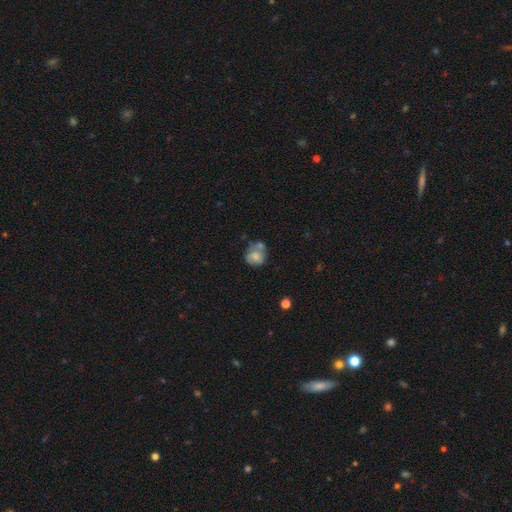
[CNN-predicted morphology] smooth-or-featured: smooth: 65% | featured or disk: 27% | star or artifact: 9%
  how-rounded: round: 75% | in between: 24% | cigar-shaped: 1%
  merging: none: 38% | merger: 31% | minor disturbance: 21% | major disturbance: 10%